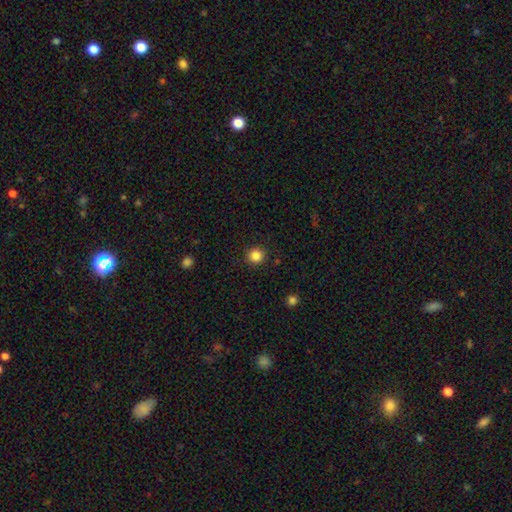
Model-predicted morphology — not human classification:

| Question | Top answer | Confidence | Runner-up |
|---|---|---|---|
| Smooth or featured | smooth | 85% | star or artifact (11%) |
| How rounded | round | 94% | in between (5%) |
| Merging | none | 92% | minor disturbance (5%) |